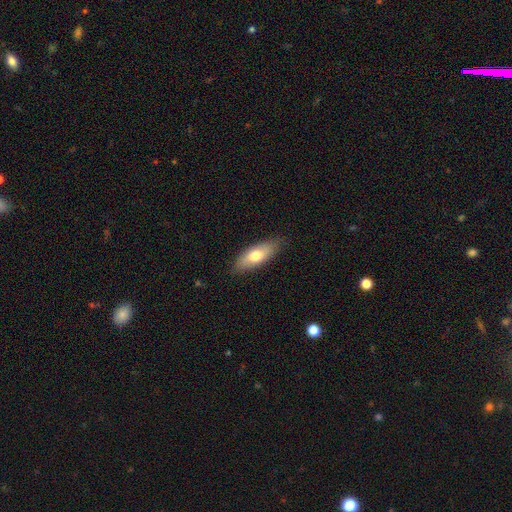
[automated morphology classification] Q: Smooth or featured?
A: smooth (70%); runner-up: featured or disk (24%)
Q: How rounded?
A: in between (70%); runner-up: cigar-shaped (27%)
Q: Merging?
A: none (84%); runner-up: minor disturbance (13%)